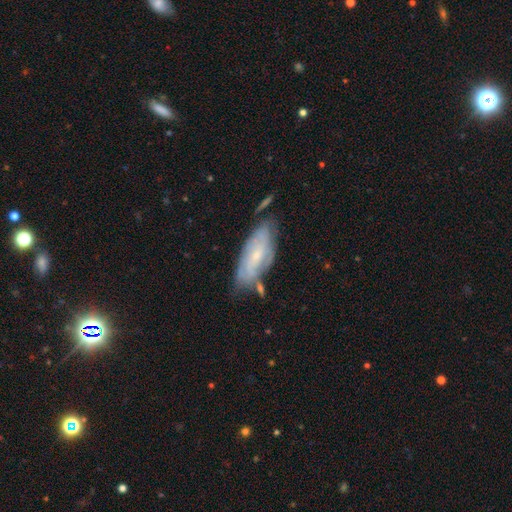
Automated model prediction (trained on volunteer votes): Smooth or featured? featured or disk (59%)
Edge-on disk? no (85%)
Merging? none (55%)